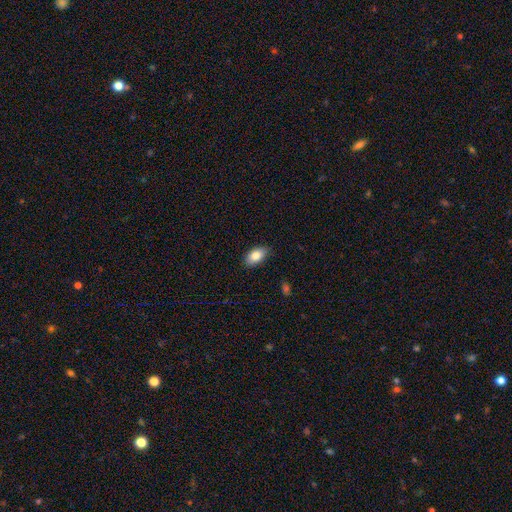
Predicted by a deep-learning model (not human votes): smooth 84%, featured or disk 9%, star or artifact 7%. Down the decision tree: how rounded — in between (92%); merging — none (84%).